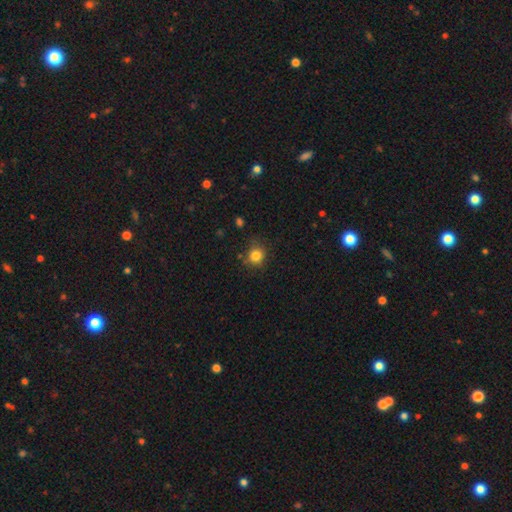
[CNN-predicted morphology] smooth 83%, star or artifact 12%, featured or disk 6%. Down the decision tree: how rounded — round (83%); merging — none (75%).